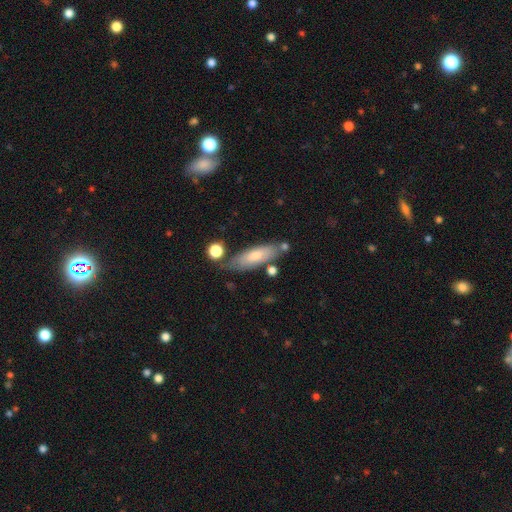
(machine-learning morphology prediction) Overall: smooth (67%). How rounded: in between (51%; cigar-shaped 47%). Merging: none (69%).